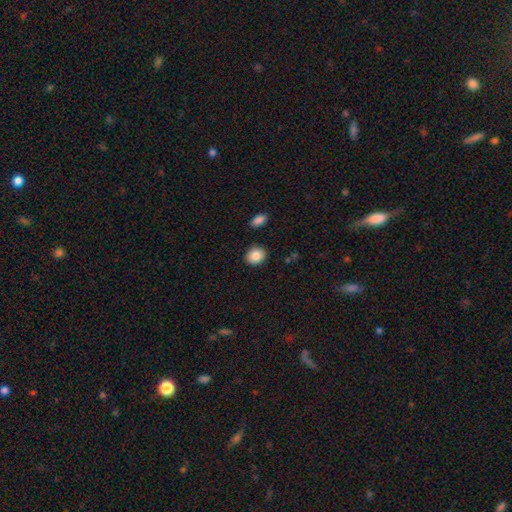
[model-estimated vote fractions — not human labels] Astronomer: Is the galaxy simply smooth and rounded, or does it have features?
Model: smooth — 86%.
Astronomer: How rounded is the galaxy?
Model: round — 55% (runner-up: in between, 44%).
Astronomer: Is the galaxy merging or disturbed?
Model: none — 88%.